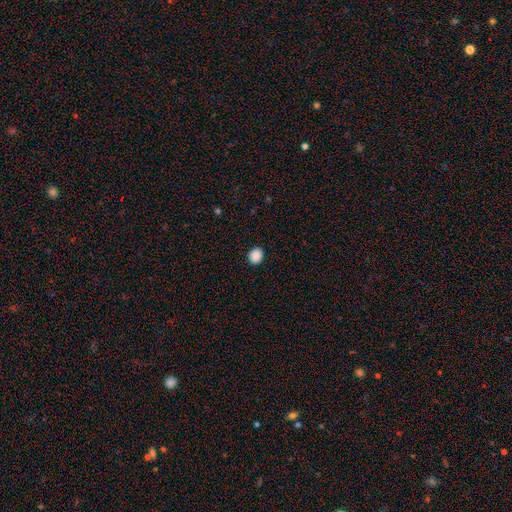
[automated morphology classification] This is clearly a smooth galaxy (89%). How rounded: likely round (78%). Merging: clearly none (92%).